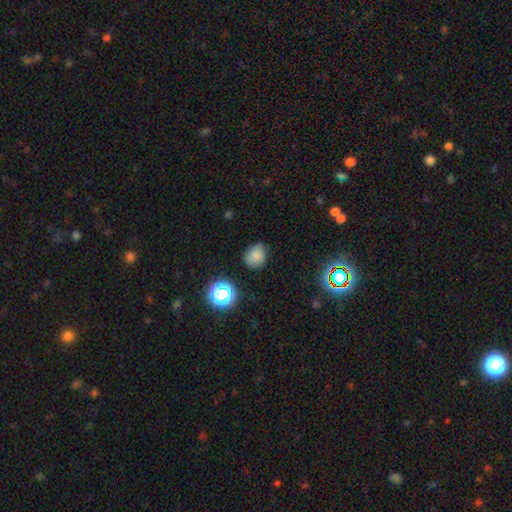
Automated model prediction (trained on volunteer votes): A smooth galaxy with no disk features (78%) that is round (76%). Merging: none (74%).